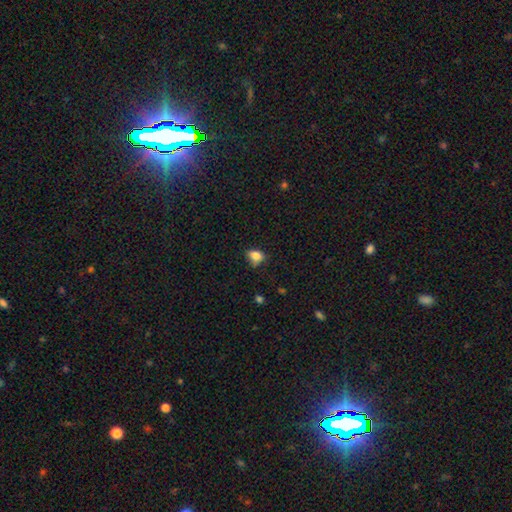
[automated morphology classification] Smooth or featured: smooth — 83% (star or artifact — 10%)
How rounded: in between — 72% (round — 26%)
Merging: none — 54% (minor disturbance — 33%)